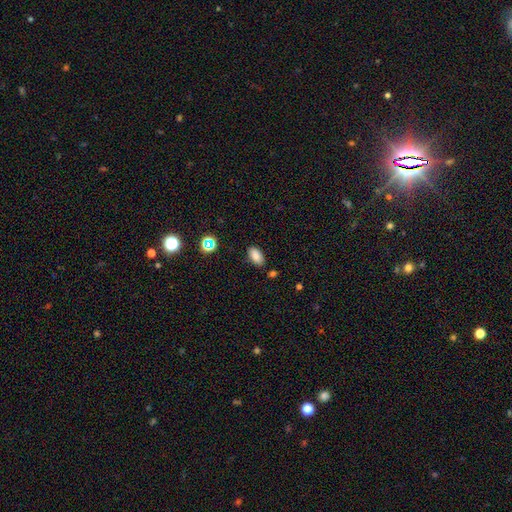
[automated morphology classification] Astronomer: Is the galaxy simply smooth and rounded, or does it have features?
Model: smooth — 83%.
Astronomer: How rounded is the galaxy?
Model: in between — 92%.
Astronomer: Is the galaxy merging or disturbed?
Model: none — 83%.